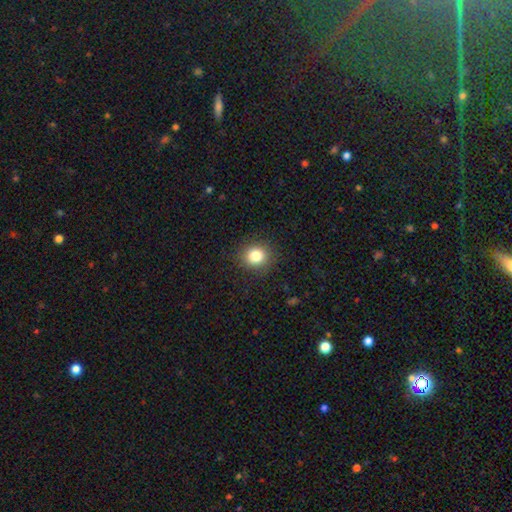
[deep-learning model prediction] Smooth or featured? smooth (83%)
How rounded? round (83%)
Merging? none (90%)